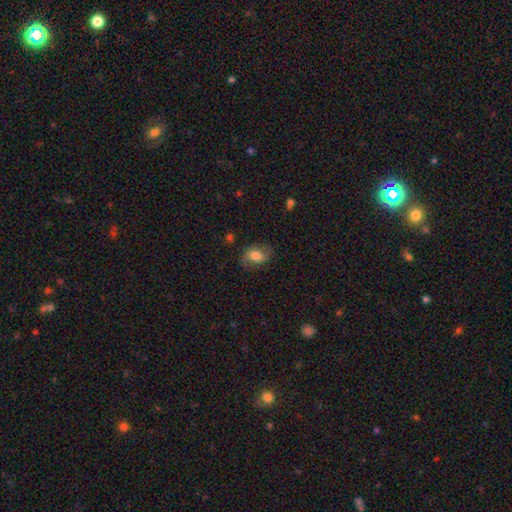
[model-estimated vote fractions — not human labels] This appears to be a smooth galaxy with no disk features (60%) that is in between round and cigar-shaped (72%). Merging: none (75%).